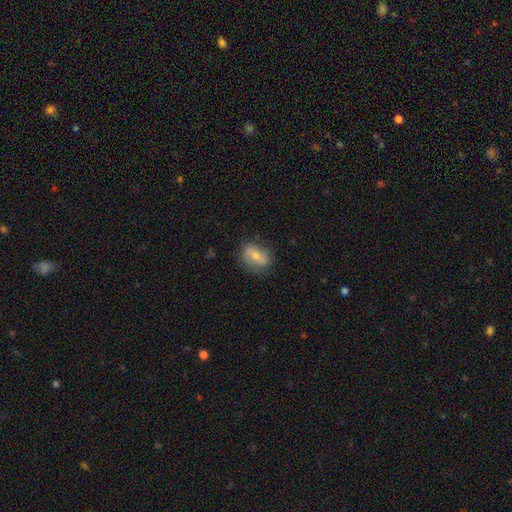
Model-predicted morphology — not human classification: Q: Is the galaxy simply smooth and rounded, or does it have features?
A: featured or disk — 48%.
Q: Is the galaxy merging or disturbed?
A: none — 78%.